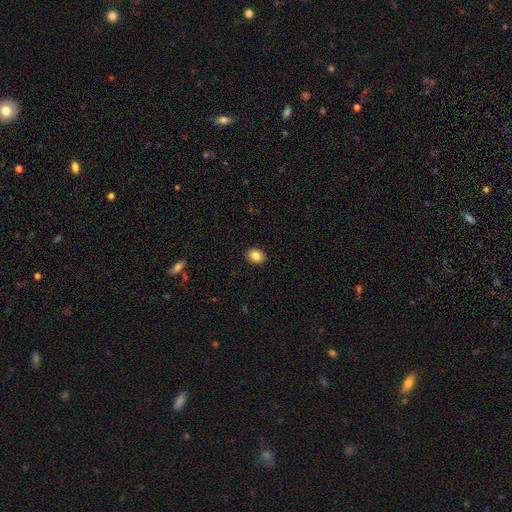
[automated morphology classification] type=smooth (86%); roundness=in between (52%); merging=none (91%).